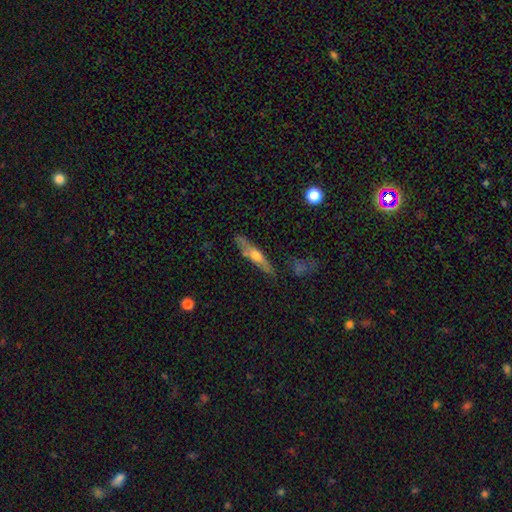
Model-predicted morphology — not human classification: smooth_or_featured: featured or disk (p=0.49) [alt: smooth p=0.44]
merging: none (p=0.76) [alt: minor disturbance p=0.16]